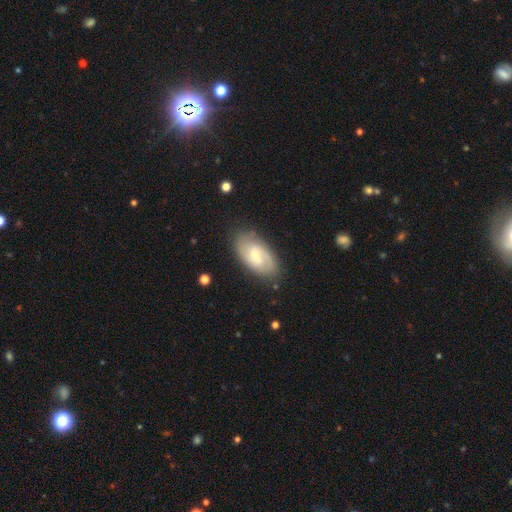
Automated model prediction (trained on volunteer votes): A featured or disk galaxy (68%) with a weak bar (57%), 2 (74%) medium (44%) spiral arms (89%) and a small central bulge (49%).

Vote fractions:
- Smooth or featured? featured or disk: 68% / smooth: 26% / star or artifact: 6%
- Edge-on disk? no: 95% / yes: 5%
- Bar? weak: 57% / no: 30% / strong: 13%
- Spiral arms? yes: 89% / no: 11%
- Spiral winding? medium: 44% / tight: 39% / loose: 17%
- Spiral arm count? 2: 74% / can't tell: 15% / 1: 5% / 3: 4% / 4: 1% / more than 4: 1%
- Bulge size? small: 49% / moderate: 43% / large: 4% / none: 3% / dominant: 1%
- Merging? none: 80% / minor disturbance: 15% / major disturbance: 4% / merger: 2%